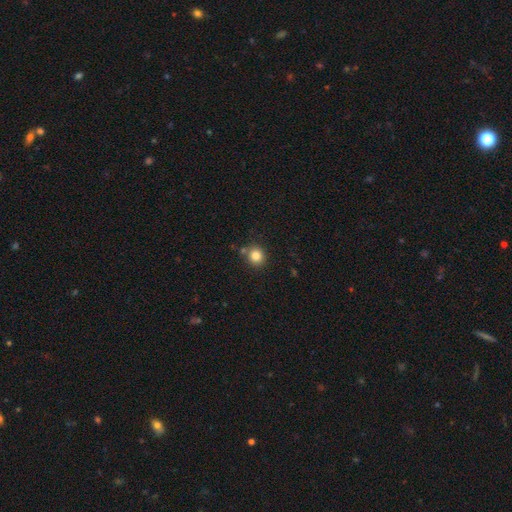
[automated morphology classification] type=smooth (83%); roundness=round (86%); merging=none (80%).